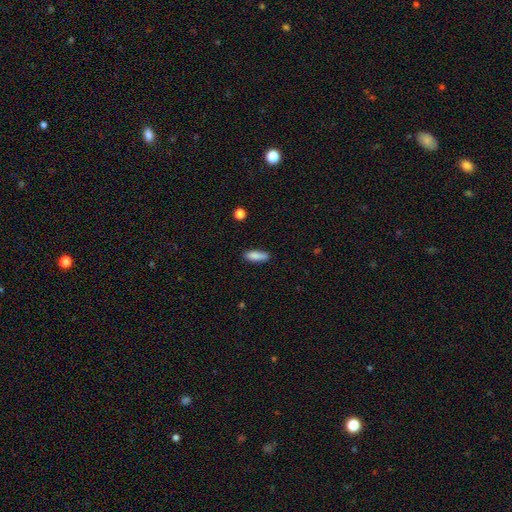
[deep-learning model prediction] Smooth or featured? smooth (86%)
How rounded? in between (52%)
Merging? none (81%)